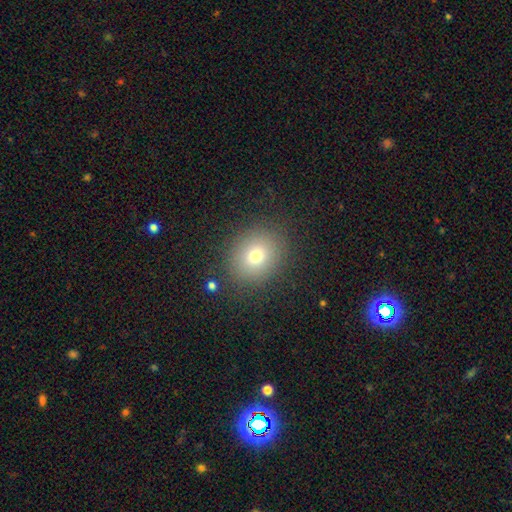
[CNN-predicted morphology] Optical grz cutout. It shows a smooth galaxy with no disk features (74%) that is round (62%). Merging: none (86%).